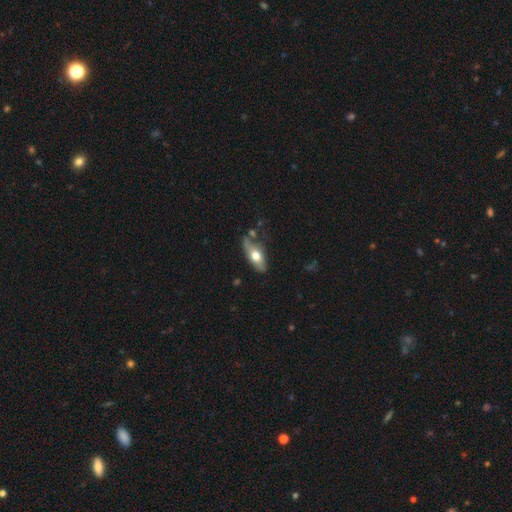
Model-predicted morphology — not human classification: Overall: smooth (55%; featured or disk 39%). How rounded: in between (74%). Merging: none (57%; minor disturbance 25%).